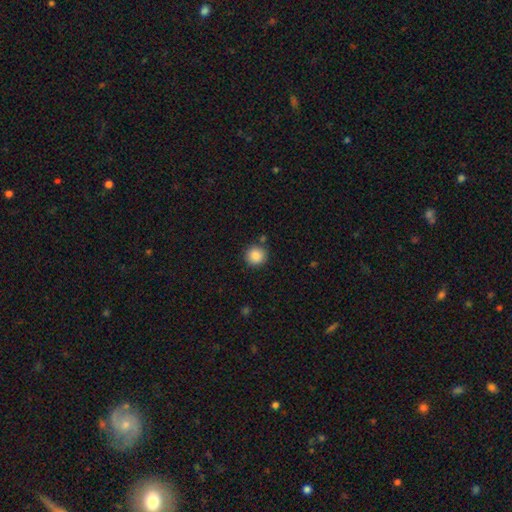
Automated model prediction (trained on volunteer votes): smooth-or-featured: smooth: 87% | star or artifact: 9% | featured or disk: 4%
  how-rounded: round: 94% | in between: 5% | cigar-shaped: 1%
  merging: none: 85% | minor disturbance: 8% | merger: 5% | major disturbance: 2%